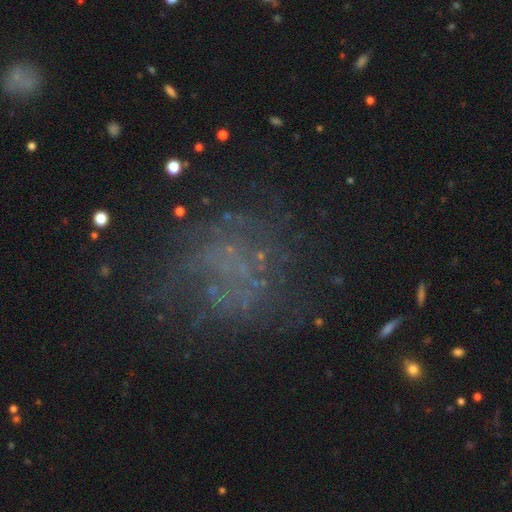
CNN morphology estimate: A featured or disk galaxy (45%).

Vote fractions:
- Smooth or featured? featured or disk: 45% / star or artifact: 30% / smooth: 25%
- Merging? none: 59% / major disturbance: 22% / minor disturbance: 16% / merger: 3%